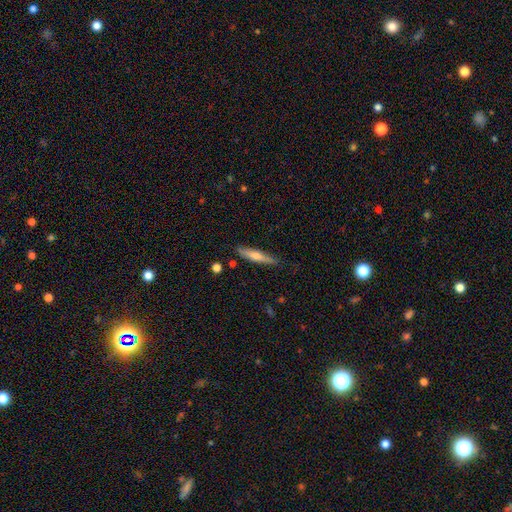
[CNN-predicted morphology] Smooth or featured? Predicted: smooth (p=0.53). How rounded? Predicted: cigar-shaped (p=0.89). Merging? Predicted: none (p=0.84).